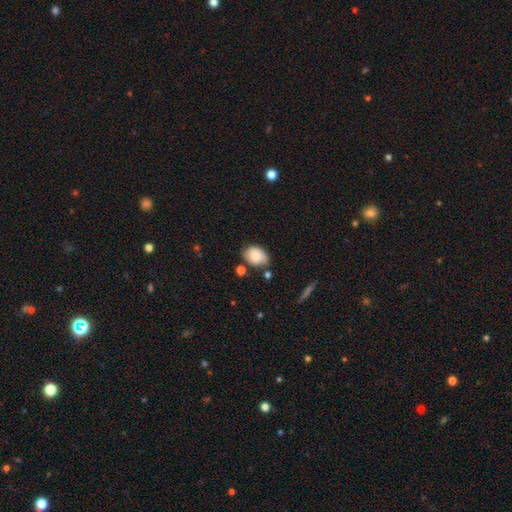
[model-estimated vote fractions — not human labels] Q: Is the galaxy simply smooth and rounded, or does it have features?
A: smooth — 80%.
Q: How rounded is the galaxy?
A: in between — 77%.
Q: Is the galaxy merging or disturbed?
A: none — 63%.